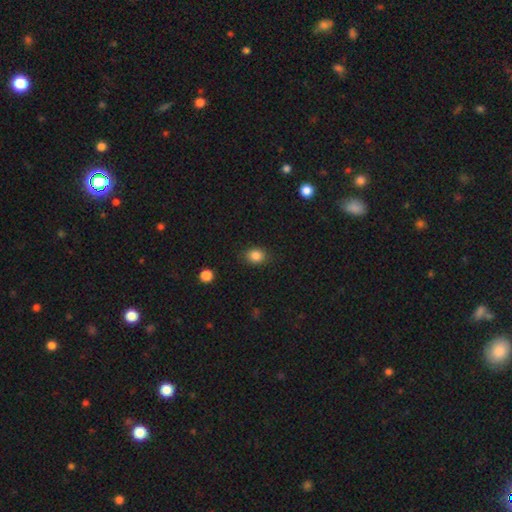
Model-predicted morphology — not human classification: The model was most divided on "how rounded": round: 53%, in between: 46%, cigar-shaped: 1%. More confident: smooth or featured — smooth (85%); merging — none (85%).